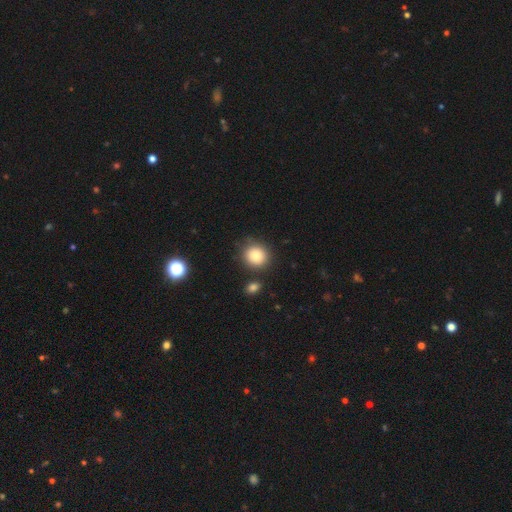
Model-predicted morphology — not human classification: Smooth or featured: smooth — 84% (star or artifact — 9%)
How rounded: round — 86% (in between — 13%)
Merging: none — 80% (minor disturbance — 10%)